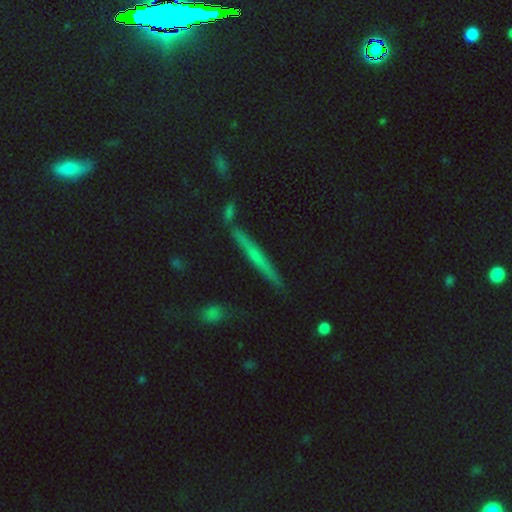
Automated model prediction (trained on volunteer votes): featured or disk 49%, smooth 42%, star or artifact 9%. Down the decision tree: merging — none (85%).